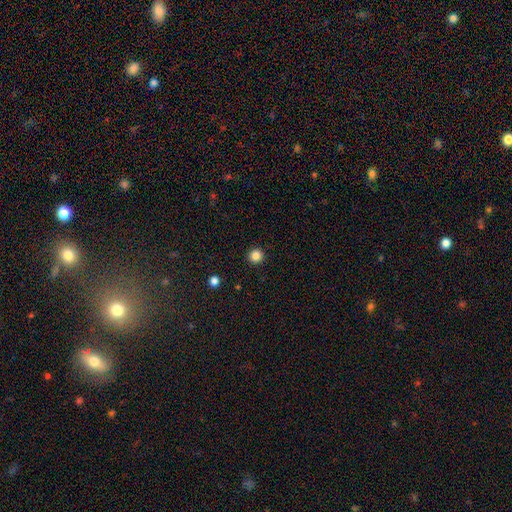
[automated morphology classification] type=smooth (84%); roundness=round (94%); merging=none (93%).